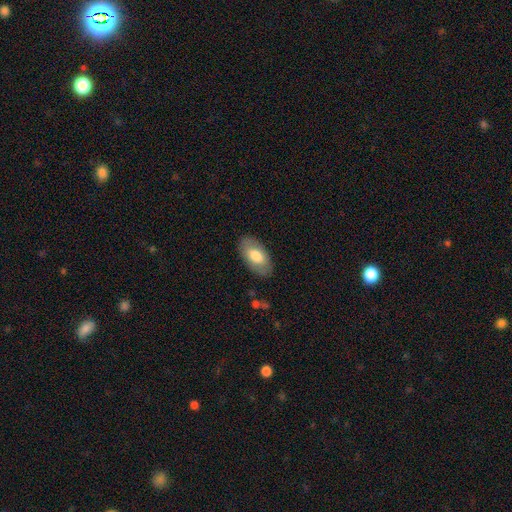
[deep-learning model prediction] smooth-or-featured: smooth: 71% | featured or disk: 24% | star or artifact: 6%
  how-rounded: in between: 95% | round: 3% | cigar-shaped: 2%
  merging: none: 85% | minor disturbance: 11% | major disturbance: 3% | merger: 1%